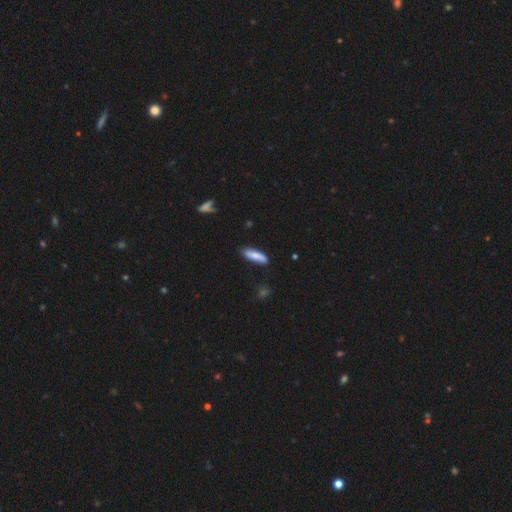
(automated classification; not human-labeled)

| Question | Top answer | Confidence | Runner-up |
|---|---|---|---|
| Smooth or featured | smooth | 73% | featured or disk (21%) |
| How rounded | cigar-shaped | 63% | in between (35%) |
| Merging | none | 74% | minor disturbance (19%) |